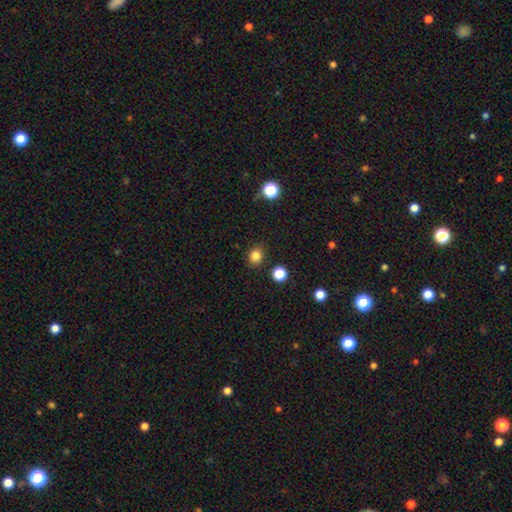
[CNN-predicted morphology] type=smooth (83%); roundness=round (70%); merging=none (86%).